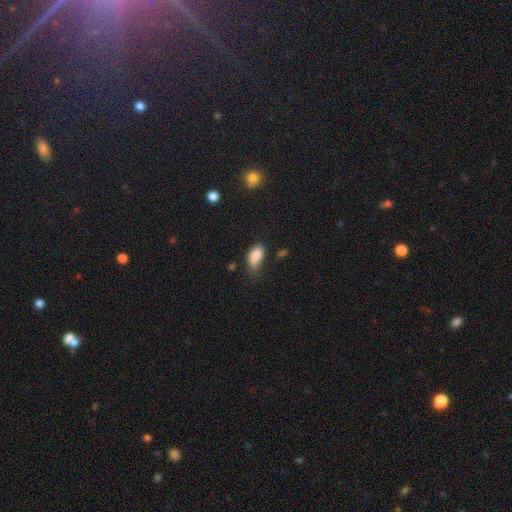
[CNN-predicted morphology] This is clearly a smooth galaxy (85%). How rounded: clearly in between (89%). Merging: possibly none (47%).